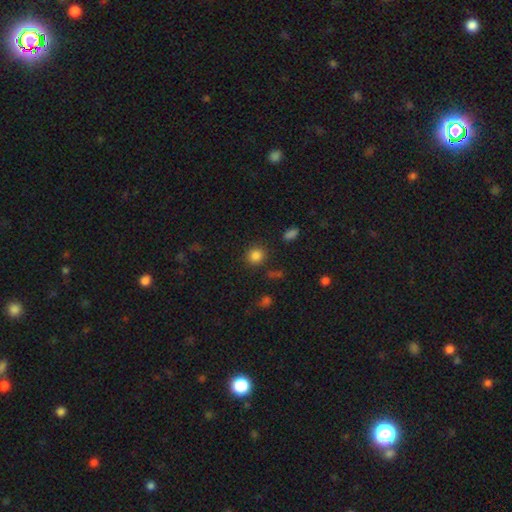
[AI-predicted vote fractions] Overall: smooth (84%). How rounded: round (88%). Merging: none (85%).